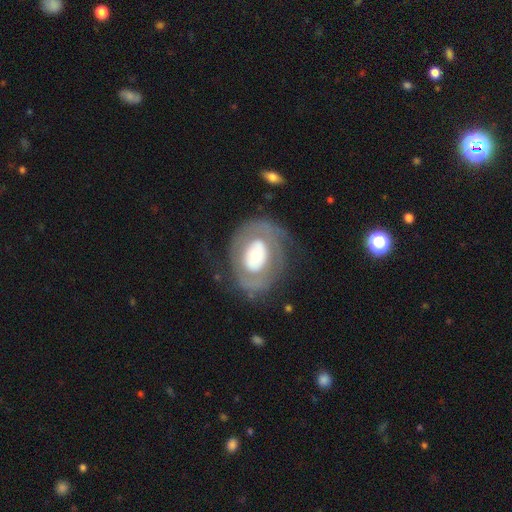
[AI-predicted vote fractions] This appears to be a featured or disk galaxy (64%) with no bar (81%), no spiral arms (66%) and a moderate central bulge (51%). Merging: none (66%).